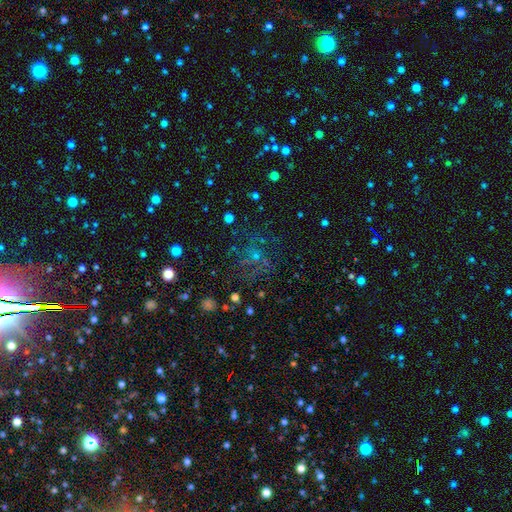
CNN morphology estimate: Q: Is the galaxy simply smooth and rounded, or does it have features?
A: star or artifact — 61%.